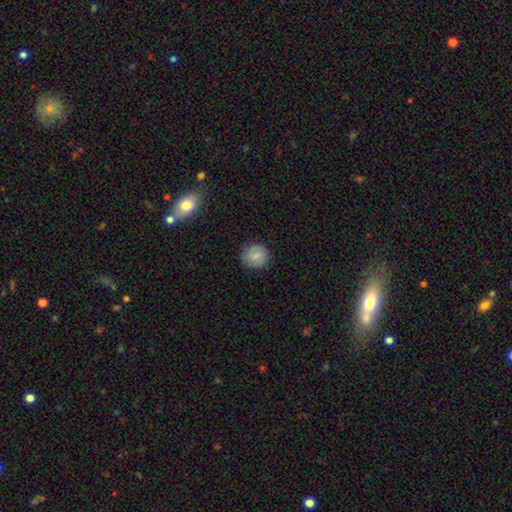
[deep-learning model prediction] A smooth galaxy with no disk features (75%) that is round (86%). Merging: none (87%).